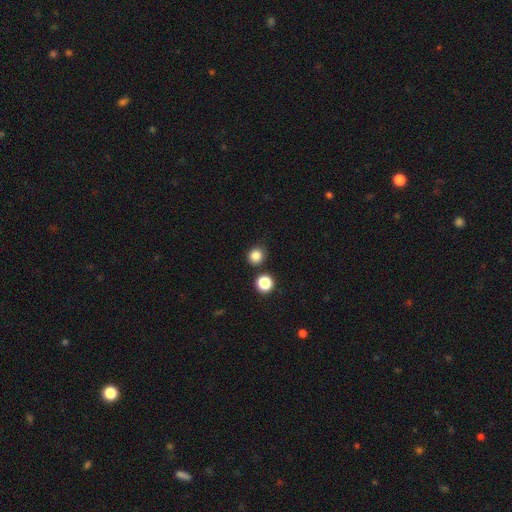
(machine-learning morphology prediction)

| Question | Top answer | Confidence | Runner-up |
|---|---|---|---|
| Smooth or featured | smooth | 83% | star or artifact (13%) |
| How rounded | round | 87% | in between (12%) |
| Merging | none | 81% | minor disturbance (10%) |